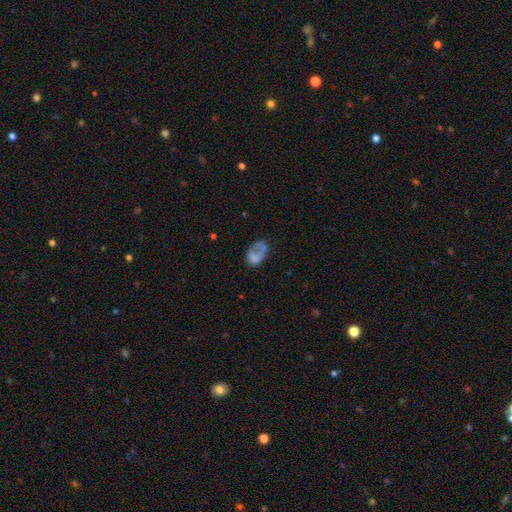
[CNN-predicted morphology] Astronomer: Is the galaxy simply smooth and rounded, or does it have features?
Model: smooth — 61%.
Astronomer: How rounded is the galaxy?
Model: in between — 83%.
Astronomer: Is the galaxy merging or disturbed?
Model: none — 33%, tied with major disturbance at 33%.